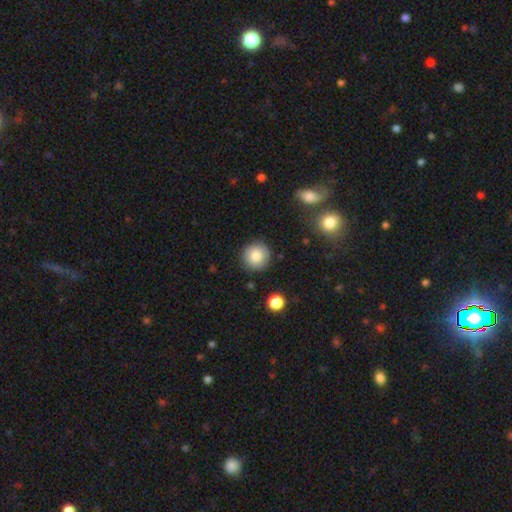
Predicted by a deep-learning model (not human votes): This appears to be a smooth galaxy with no disk features (83%) that is round (94%). Merging: none (88%).